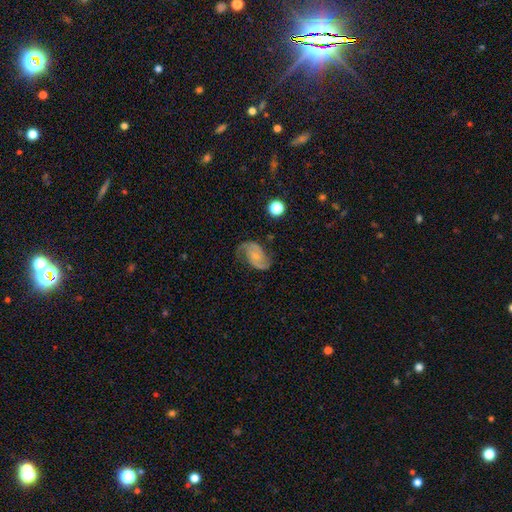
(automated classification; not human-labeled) The model was most divided on "spiral winding": medium: 50%, loose: 29%, tight: 20%. More confident: edge-on disk — no (97%); spiral arms — yes (96%); spiral arm count — 2 (91%); smooth or featured — featured or disk (83%); merging — none (71%); bulge size — small (65%); bar — no (63%).